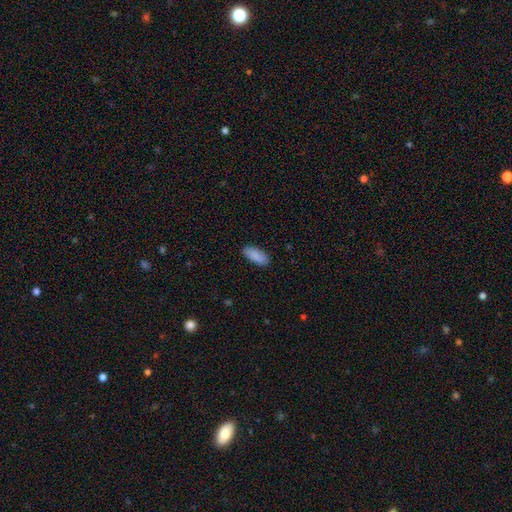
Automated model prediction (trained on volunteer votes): A smooth galaxy with no disk features (89%) that is in between round and cigar-shaped (84%). Merging: none (87%).